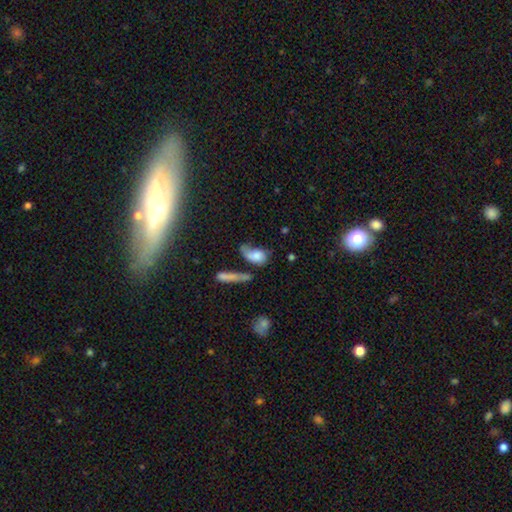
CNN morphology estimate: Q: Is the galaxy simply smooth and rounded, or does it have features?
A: smooth — 64%.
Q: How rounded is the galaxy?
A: in between — 71%.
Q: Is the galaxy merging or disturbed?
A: major disturbance — 31%.